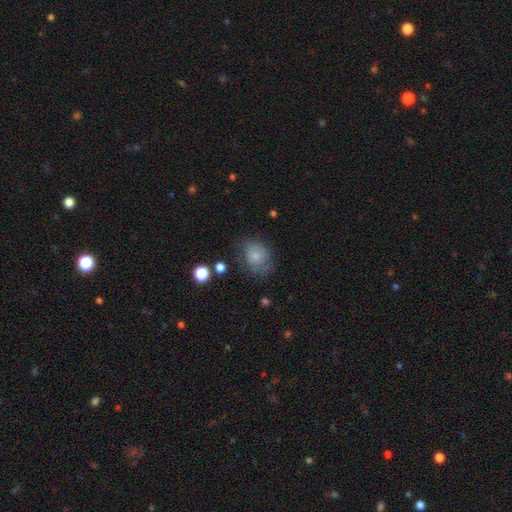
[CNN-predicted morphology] Smooth or featured?
  - smooth: 75% *
  - featured or disk: 15%
  - star or artifact: 10%
How rounded?
  - in between: 54% *
  - round: 45%
  - cigar-shaped: 1%
Merging?
  - none: 58% *
  - minor disturbance: 27%
  - major disturbance: 13%
  - merger: 2%